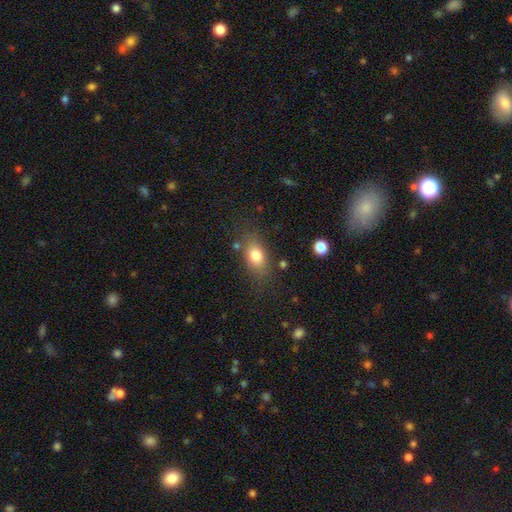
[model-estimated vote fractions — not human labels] smooth_or_featured: smooth (p=0.78) [alt: featured or disk p=0.13]
how_rounded: in between (p=0.78) [alt: round p=0.17]
merging: none (p=0.73) [alt: minor disturbance p=0.16]